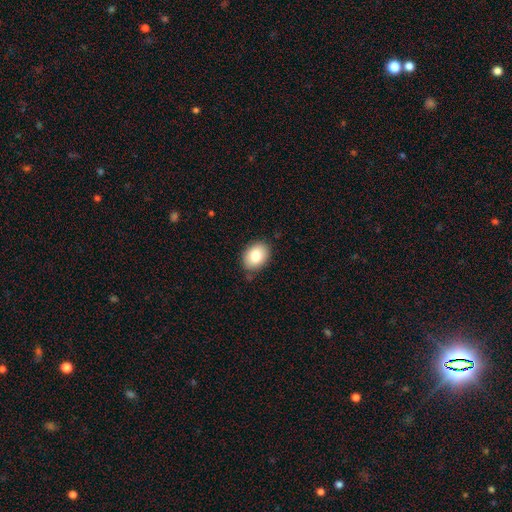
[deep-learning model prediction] Morphology: type=smooth (84%); roundness=in between (73%); merging=none (83%).